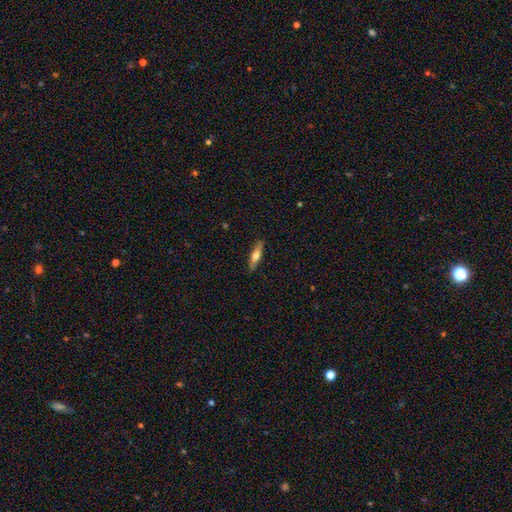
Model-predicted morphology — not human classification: smooth 51%, featured or disk 43%, star or artifact 6%. Down the decision tree: how rounded — cigar-shaped (73%); merging — none (88%).